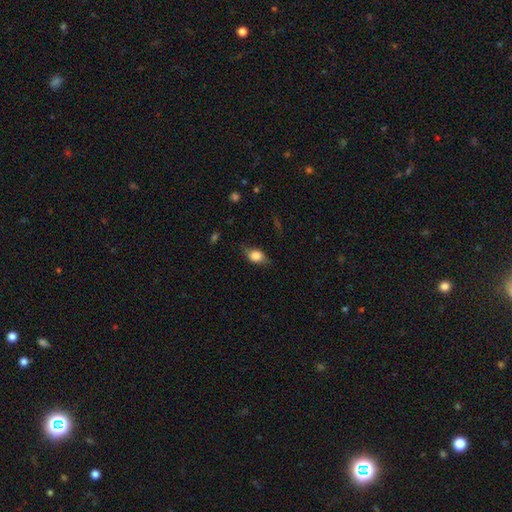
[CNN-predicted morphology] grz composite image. It shows a smooth galaxy with no disk features (75%) that is in between round and cigar-shaped (75%). Merging: none (70%).